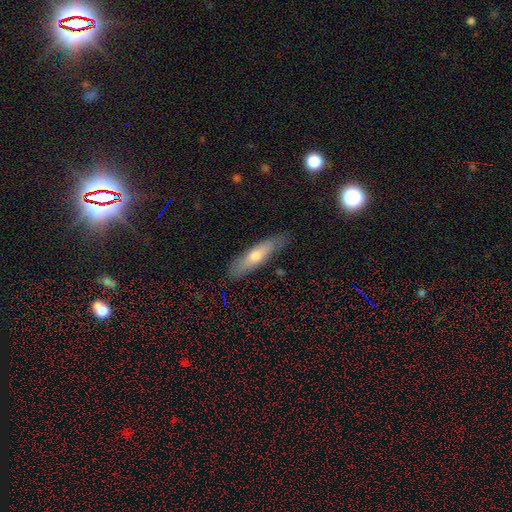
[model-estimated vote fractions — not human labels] This appears to be a smooth galaxy with no disk features (57%) that is cigar-shaped (74%). Merging: none (83%).